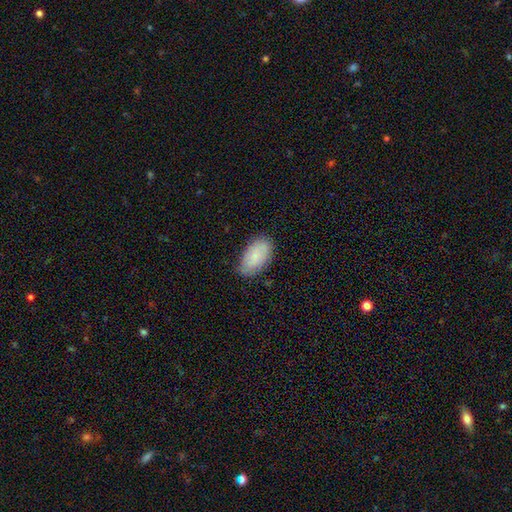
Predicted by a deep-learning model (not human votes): Smooth or featured?
  - smooth: 79% *
  - featured or disk: 14%
  - star or artifact: 7%
How rounded?
  - in between: 94% *
  - round: 4%
  - cigar-shaped: 2%
Merging?
  - none: 74% *
  - minor disturbance: 21%
  - major disturbance: 4%
  - merger: 1%